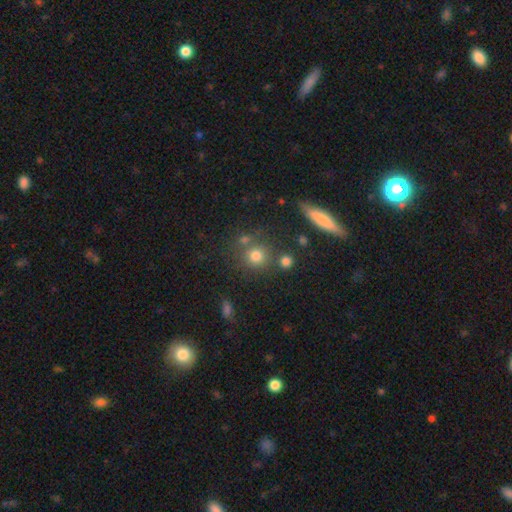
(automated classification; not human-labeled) Q: Smooth or featured?
A: smooth (74%); runner-up: star or artifact (15%)
Q: How rounded?
A: round (86%); runner-up: in between (13%)
Q: Merging?
A: none (68%); runner-up: merger (15%)